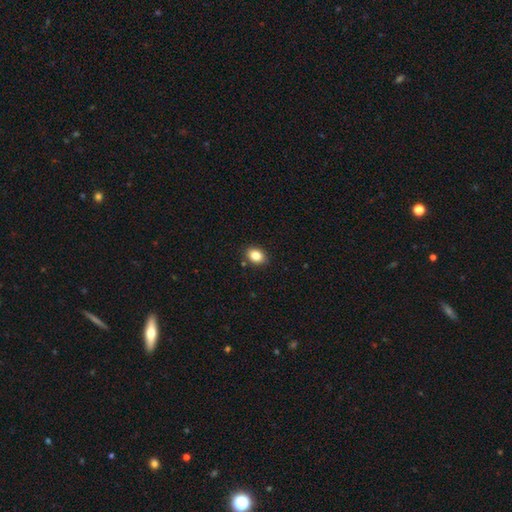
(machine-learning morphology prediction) smooth_or_featured: smooth (p=0.85) [alt: star or artifact p=0.09]
how_rounded: in between (p=0.75) [alt: round p=0.24]
merging: none (p=0.87) [alt: minor disturbance p=0.09]